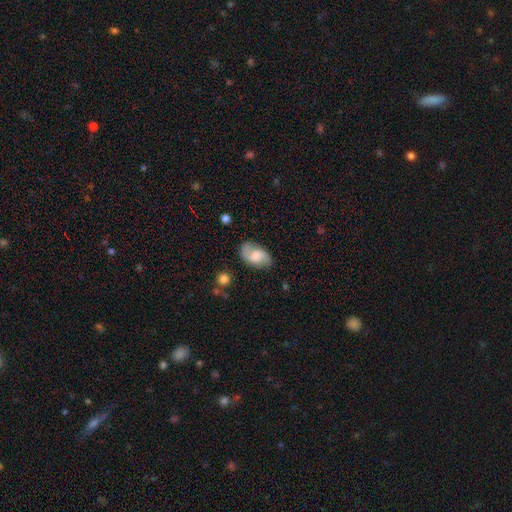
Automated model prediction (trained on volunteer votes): smooth-or-featured: featured or disk: 49% | smooth: 44% | star or artifact: 7%
  merging: none: 70% | minor disturbance: 21% | major disturbance: 7% | merger: 2%